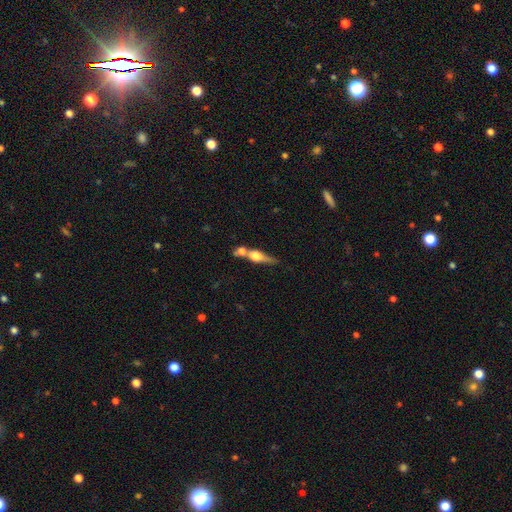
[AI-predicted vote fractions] Smooth or featured? Predicted: featured or disk (p=0.49). Merging? Predicted: merger (p=0.44).